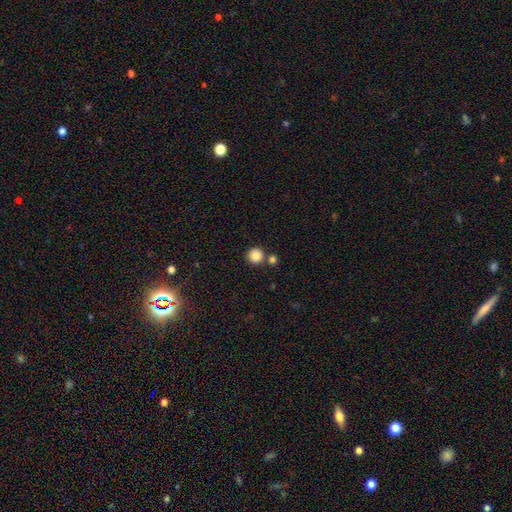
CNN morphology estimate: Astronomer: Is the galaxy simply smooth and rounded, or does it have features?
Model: smooth — 86%.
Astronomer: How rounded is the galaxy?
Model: round — 94%.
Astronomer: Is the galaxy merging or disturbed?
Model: none — 76%.